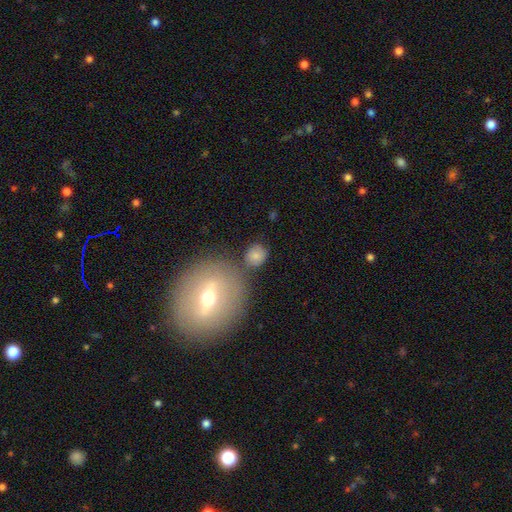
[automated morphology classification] Q: Smooth or featured?
A: smooth (76%); runner-up: featured or disk (14%)
Q: How rounded?
A: round (78%); runner-up: in between (20%)
Q: Merging?
A: none (71%); runner-up: merger (13%)